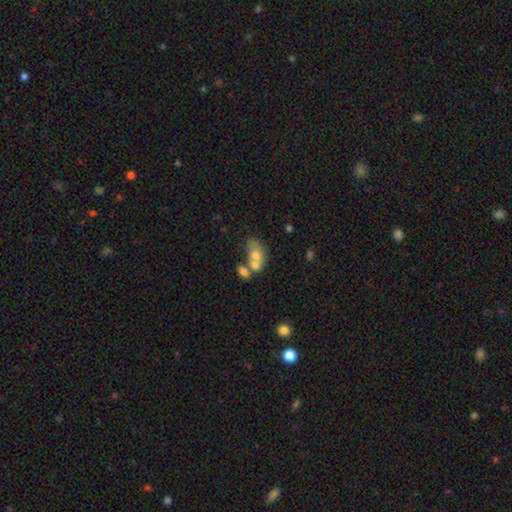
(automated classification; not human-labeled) smooth 64%, featured or disk 26%, star or artifact 9%. Down the decision tree: how rounded — in between (82%); merging — merger (56%).